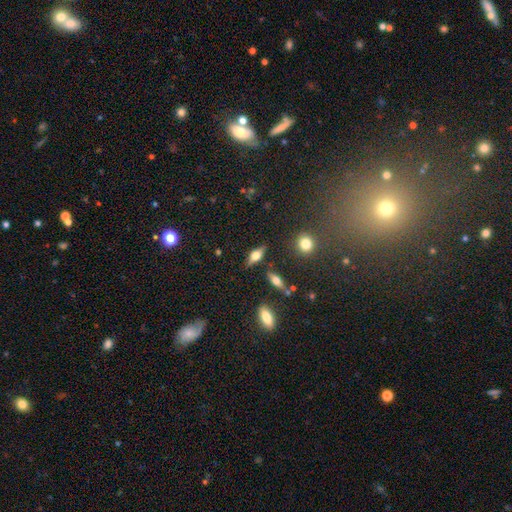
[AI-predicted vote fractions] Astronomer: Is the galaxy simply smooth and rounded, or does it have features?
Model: featured or disk — 48% (runner-up: smooth, 42%).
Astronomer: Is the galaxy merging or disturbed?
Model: none — 78%.